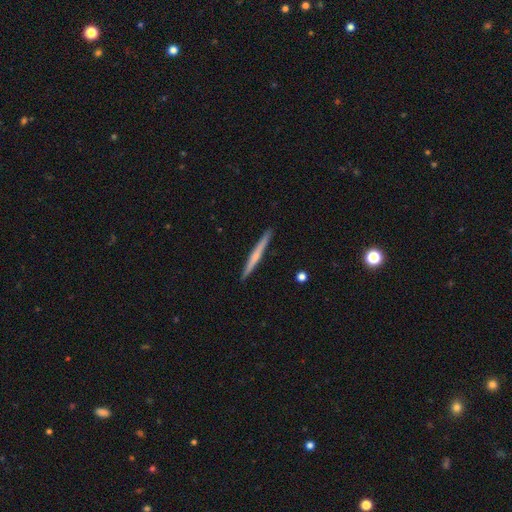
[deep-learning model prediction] A featured or disk galaxy (50%) viewed edge-on (98%).

Vote fractions:
- Smooth or featured? featured or disk: 50% / smooth: 44% / star or artifact: 5%
- Edge-on disk? yes: 98% / no: 2%
- Merging? none: 92% / minor disturbance: 5% / major disturbance: 1% / merger: 1%